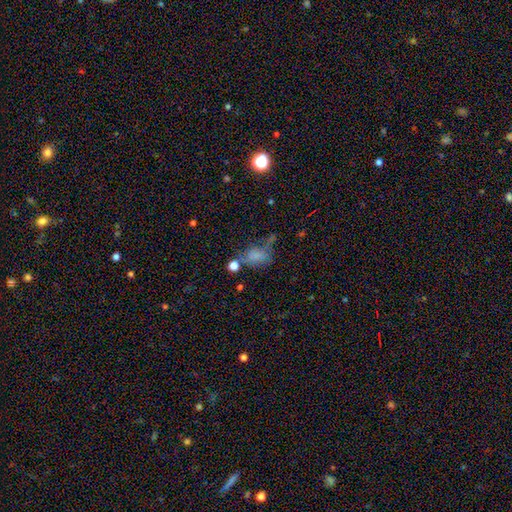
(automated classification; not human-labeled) Morphology: type=smooth (65%); roundness=in between (76%); merging=none (36%).